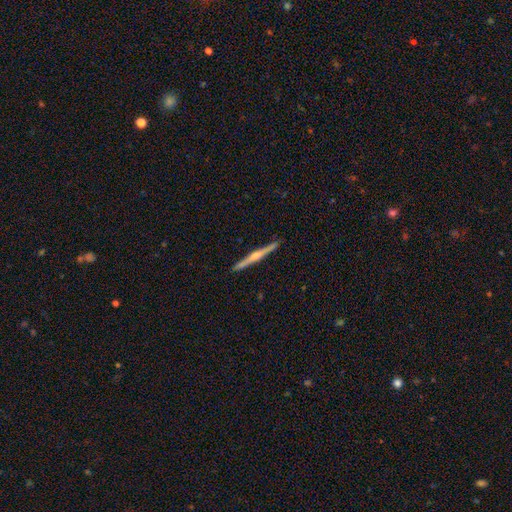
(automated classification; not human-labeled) featured or disk 74%, smooth 20%, star or artifact 5%. Down the decision tree: edge-on disk — yes (98%); edge-on bulge — rounded (81%); merging — none (92%).